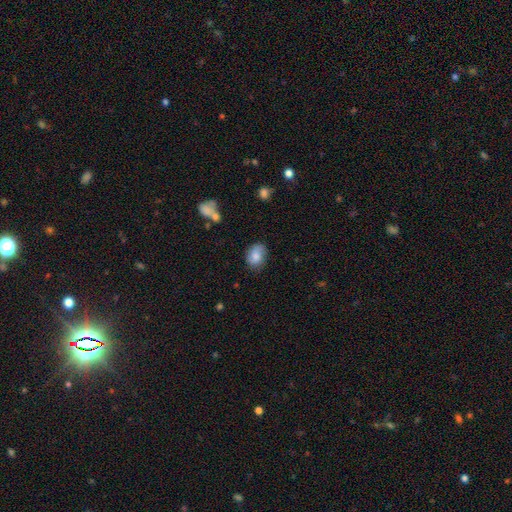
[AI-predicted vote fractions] Smooth or featured? smooth (76%)
How rounded? in between (66%)
Merging? none (70%)